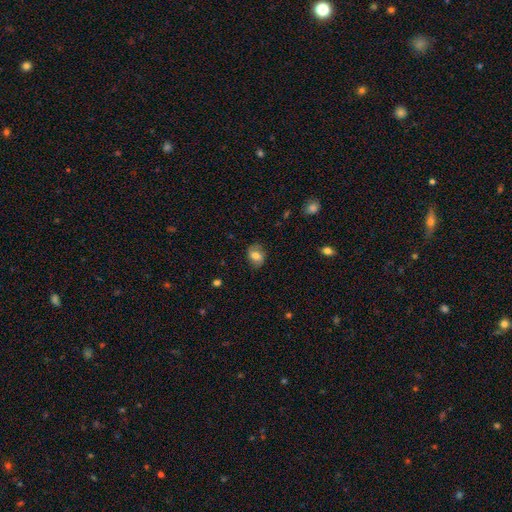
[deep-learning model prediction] Smooth or featured: smooth — 65% (featured or disk — 26%)
How rounded: in between — 62% (round — 37%)
Merging: none — 76% (minor disturbance — 17%)